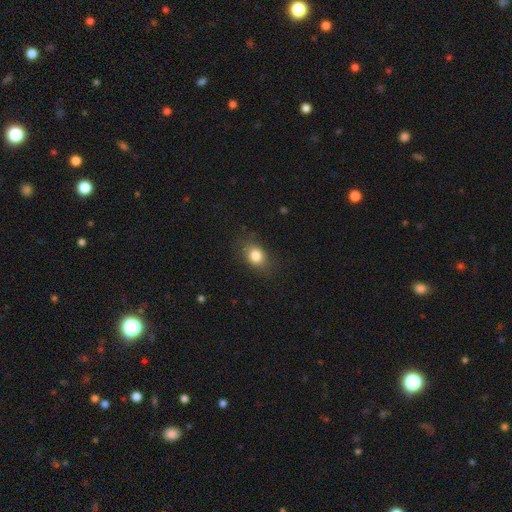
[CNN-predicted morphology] Overall: smooth (82%). How rounded: in between (58%; round 41%). Merging: none (80%).